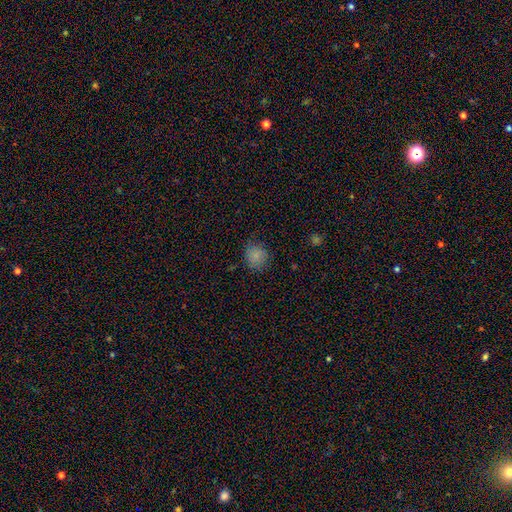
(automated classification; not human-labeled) This is clearly a smooth galaxy (83%). How rounded: clearly round (83%). Merging: clearly none (81%).